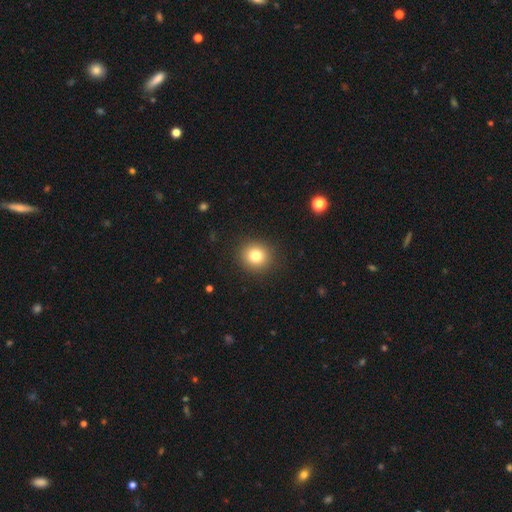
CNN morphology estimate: Overall: smooth (80%). How rounded: round (90%). Merging: none (91%).